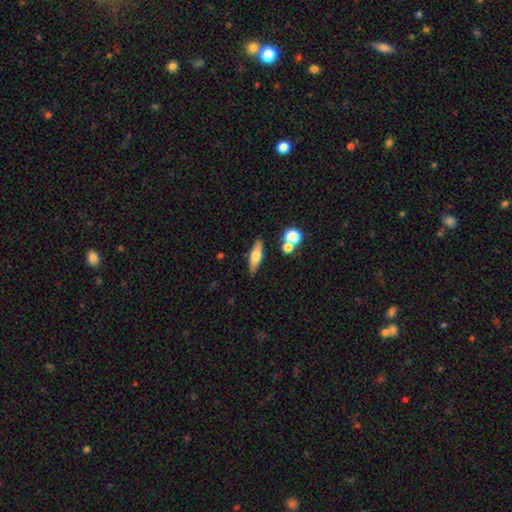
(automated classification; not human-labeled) smooth_or_featured: smooth (p=0.55) [alt: featured or disk p=0.38]
how_rounded: cigar-shaped (p=0.51) [alt: in between p=0.45]
merging: none (p=0.81) [alt: minor disturbance p=0.10]